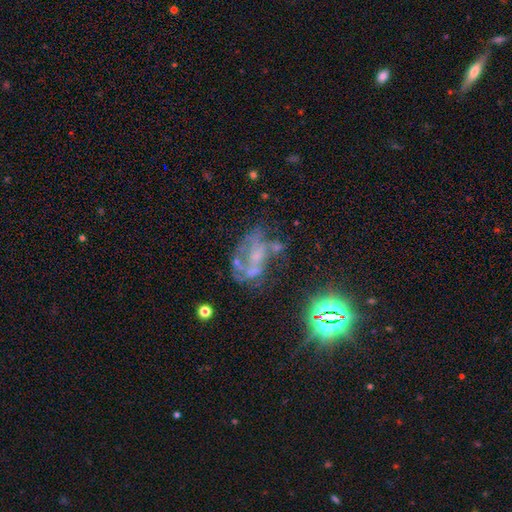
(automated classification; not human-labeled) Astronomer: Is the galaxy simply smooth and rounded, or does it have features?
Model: featured or disk — 59%.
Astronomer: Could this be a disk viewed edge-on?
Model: no — 96%.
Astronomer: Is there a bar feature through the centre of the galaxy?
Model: no — 77%.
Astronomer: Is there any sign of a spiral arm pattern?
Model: no — 69%.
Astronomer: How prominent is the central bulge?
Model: none — 48% (runner-up: small, 31%).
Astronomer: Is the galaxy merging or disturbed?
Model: none — 35% (runner-up: major disturbance, 31%).